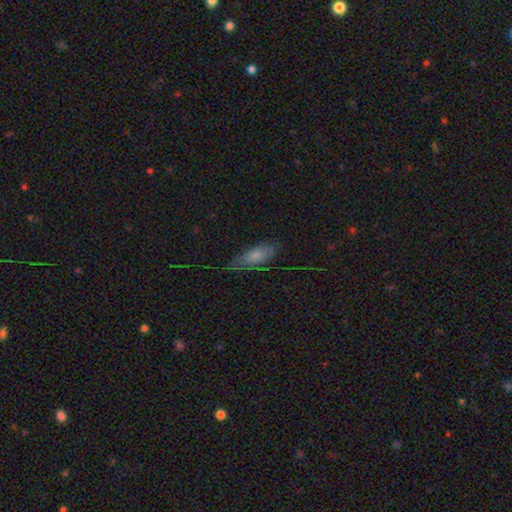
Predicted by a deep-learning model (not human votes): Q: Smooth or featured?
A: smooth (69%); runner-up: featured or disk (21%)
Q: How rounded?
A: in between (72%); runner-up: cigar-shaped (26%)
Q: Merging?
A: none (62%); runner-up: minor disturbance (28%)